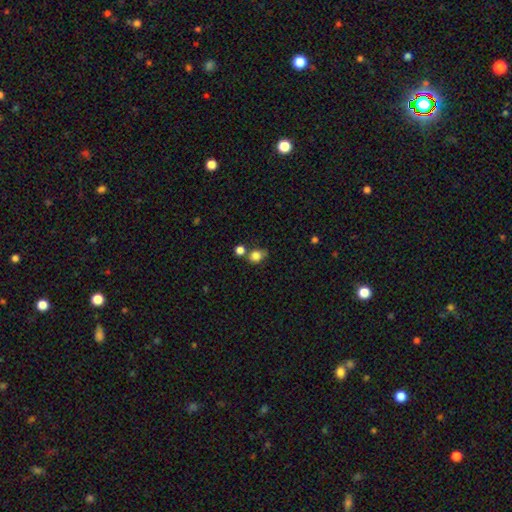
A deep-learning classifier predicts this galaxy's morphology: Q: Smooth or featured?
A: smooth (82%); runner-up: star or artifact (11%)
Q: How rounded?
A: round (64%); runner-up: in between (34%)
Q: Merging?
A: none (52%); runner-up: merger (23%)